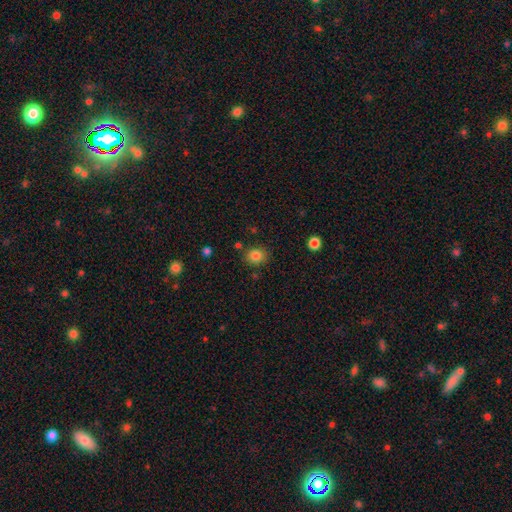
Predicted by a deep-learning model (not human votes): Smooth or featured? smooth (82%)
How rounded? round (70%)
Merging? none (83%)